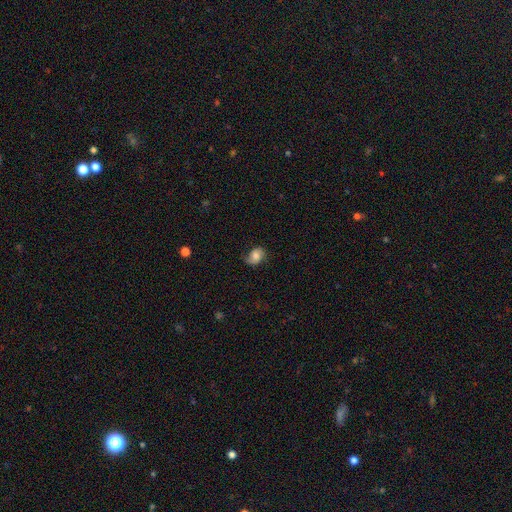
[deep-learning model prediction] A smooth galaxy with no disk features (64%) that is in between round and cigar-shaped (68%).

Vote fractions:
- Smooth or featured? smooth: 64% / featured or disk: 26% / star or artifact: 9%
- How rounded? in between: 68% / round: 31% / cigar-shaped: 1%
- Merging? none: 64% / minor disturbance: 27% / major disturbance: 9% / merger: 1%